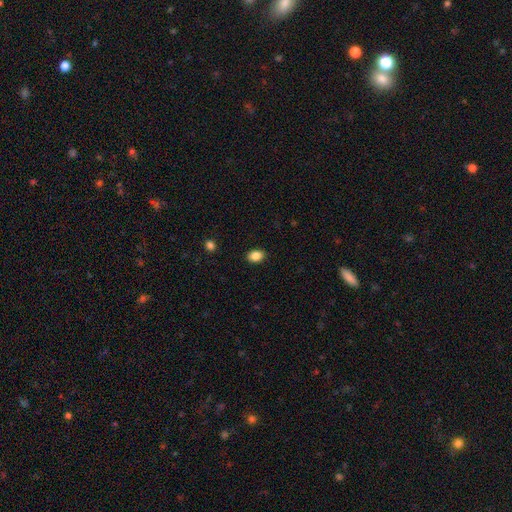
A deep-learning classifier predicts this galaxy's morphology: type=smooth (87%); roundness=in between (74%); merging=none (89%).